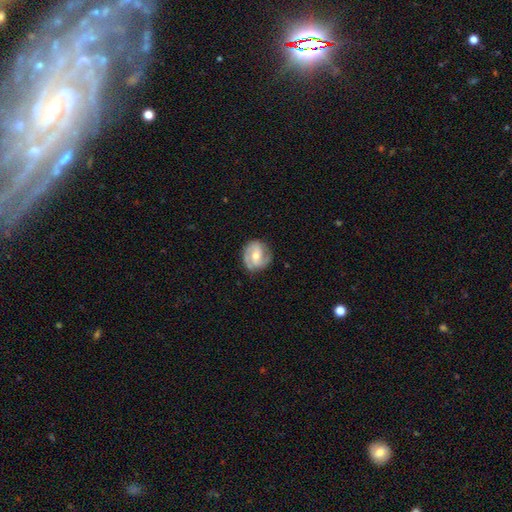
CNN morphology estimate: type=featured or disk (70%); edge-on=no (97%); bar=weak (42%); spiral arms=yes (89%); winding=medium (43%); arm count=2 (69%); bulge=moderate (62%); merging=none (75%).